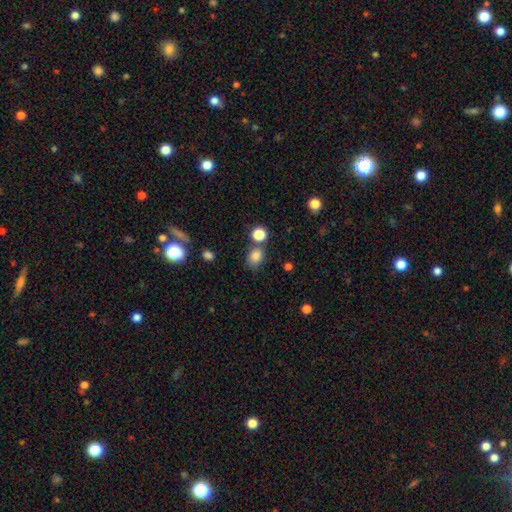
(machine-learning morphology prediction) Smooth or featured?
  - smooth: 82% *
  - star or artifact: 12%
  - featured or disk: 6%
How rounded?
  - in between: 53% *
  - round: 45%
  - cigar-shaped: 1%
Merging?
  - none: 67% *
  - merger: 16%
  - minor disturbance: 13%
  - major disturbance: 4%